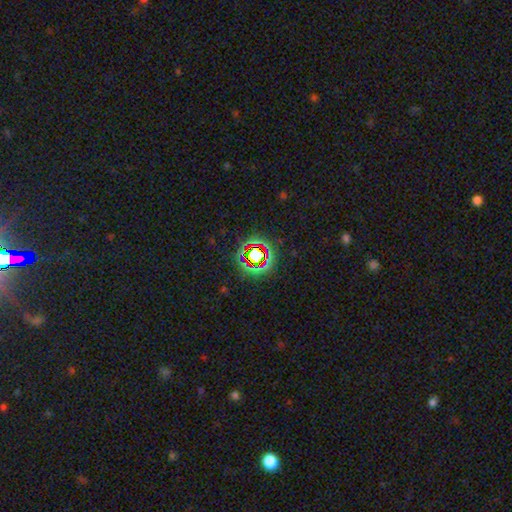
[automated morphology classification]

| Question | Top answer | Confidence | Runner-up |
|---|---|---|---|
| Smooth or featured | star or artifact | 67% | smooth (21%) |